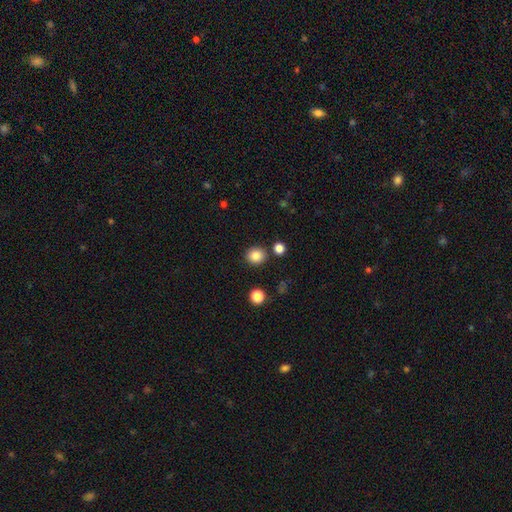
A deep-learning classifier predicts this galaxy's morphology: Smooth or featured?
  - smooth: 84% *
  - star or artifact: 11%
  - featured or disk: 5%
How rounded?
  - round: 83% *
  - in between: 16%
  - cigar-shaped: 1%
Merging?
  - none: 86% *
  - minor disturbance: 7%
  - merger: 5%
  - major disturbance: 2%